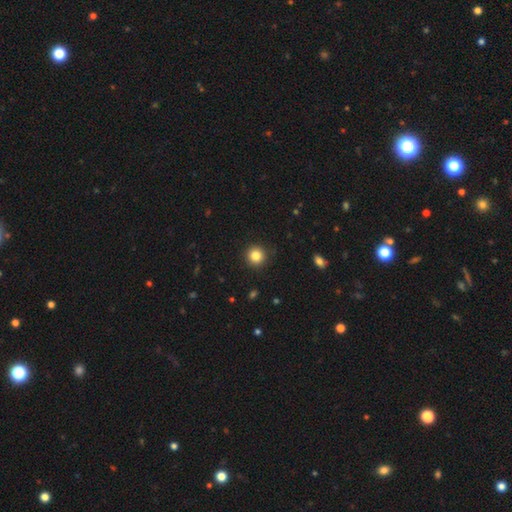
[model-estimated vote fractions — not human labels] Overall: smooth (84%). How rounded: round (95%). Merging: none (92%).